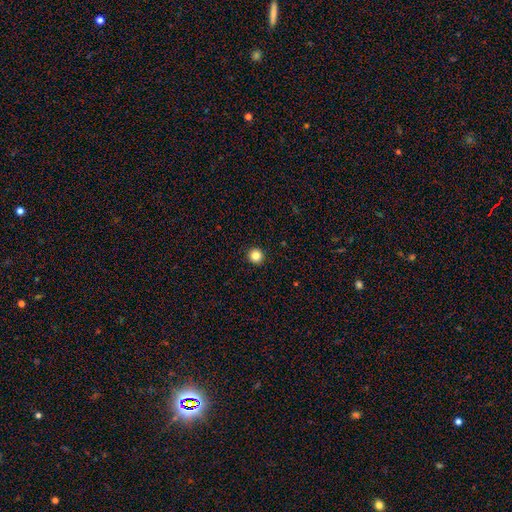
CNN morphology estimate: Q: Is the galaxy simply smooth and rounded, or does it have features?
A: smooth — 85%.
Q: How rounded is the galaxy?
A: round — 95%.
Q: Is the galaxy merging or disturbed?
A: none — 94%.